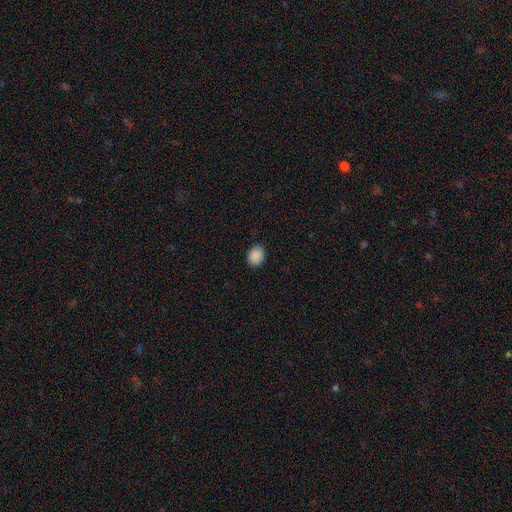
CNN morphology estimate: smooth-or-featured: smooth: 89% | star or artifact: 8% | featured or disk: 3%
  how-rounded: in between: 59% | round: 40% | cigar-shaped: 1%
  merging: none: 87% | minor disturbance: 10% | major disturbance: 2% | merger: 1%